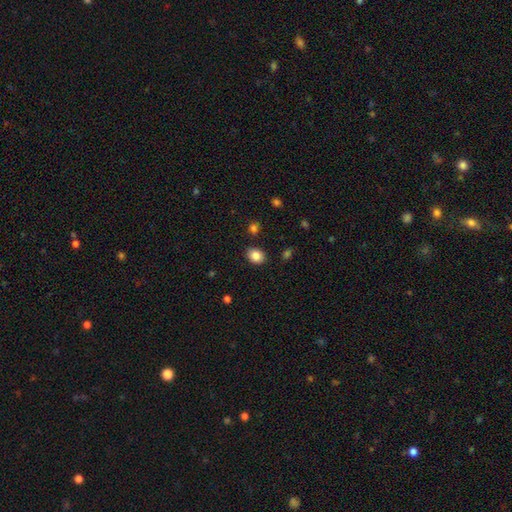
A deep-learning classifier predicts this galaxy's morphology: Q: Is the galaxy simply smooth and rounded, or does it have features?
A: smooth — 86%.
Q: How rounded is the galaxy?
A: in between — 51%.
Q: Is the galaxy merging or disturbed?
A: none — 87%.